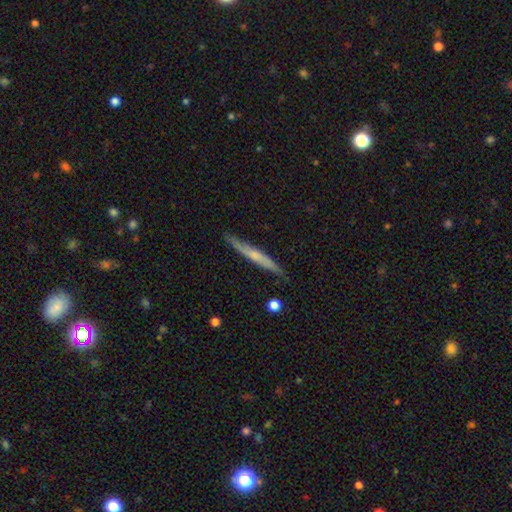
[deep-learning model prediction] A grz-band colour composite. It shows a featured or disk galaxy (52%) viewed edge-on (91%). Merging: none (83%).